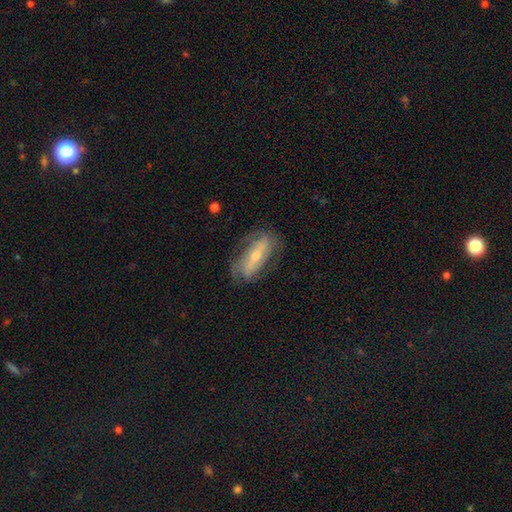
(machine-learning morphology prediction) Smooth or featured?
  - featured or disk: 68% *
  - smooth: 25%
  - star or artifact: 8%
Edge-on disk?
  - no: 77% *
  - yes: 23%
Bar?
  - strong: 48% *
  - no: 28%
  - weak: 24%
Spiral arms?
  - yes: 68% *
  - no: 32%
Bulge size?
  - small: 54% *
  - moderate: 42%
  - large: 2%
  - none: 1%
  - dominant: 1%
Merging?
  - none: 70% *
  - minor disturbance: 19%
  - major disturbance: 9%
  - merger: 1%